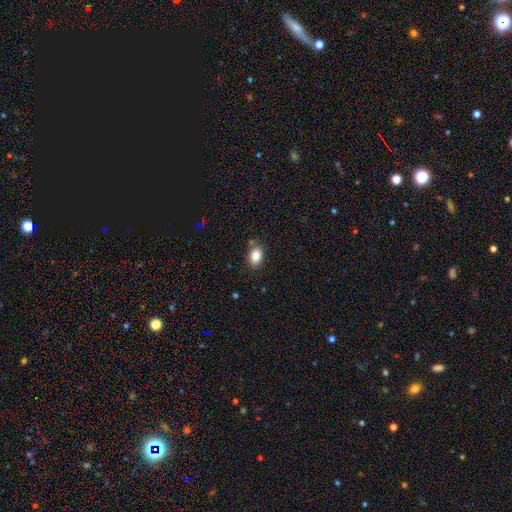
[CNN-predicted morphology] This is clearly a smooth galaxy (86%). How rounded: clearly in between (85%). Merging: clearly none (82%).